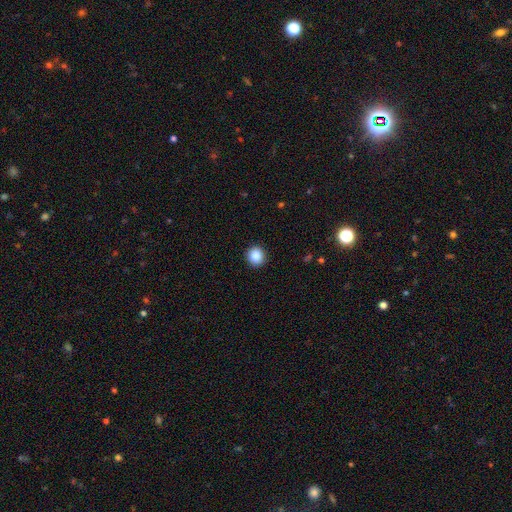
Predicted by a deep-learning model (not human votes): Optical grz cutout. It shows a smooth galaxy with no disk features (88%) that is round (85%). Merging: none (92%).